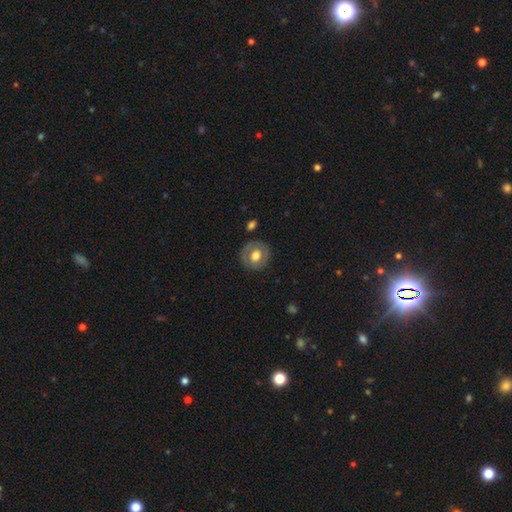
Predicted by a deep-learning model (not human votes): Overall: smooth (55%; featured or disk 38%). How rounded: round (83%). Merging: none (83%).